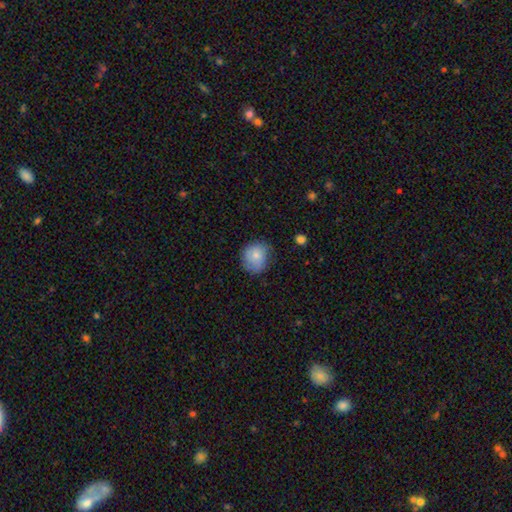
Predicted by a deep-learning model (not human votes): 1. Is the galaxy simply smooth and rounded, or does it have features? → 76% smooth, 16% featured or disk, 8% star or artifact.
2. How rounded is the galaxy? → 74% round, 25% in between, 1% cigar-shaped.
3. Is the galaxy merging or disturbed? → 62% none, 29% minor disturbance, 8% major disturbance, 1% merger.